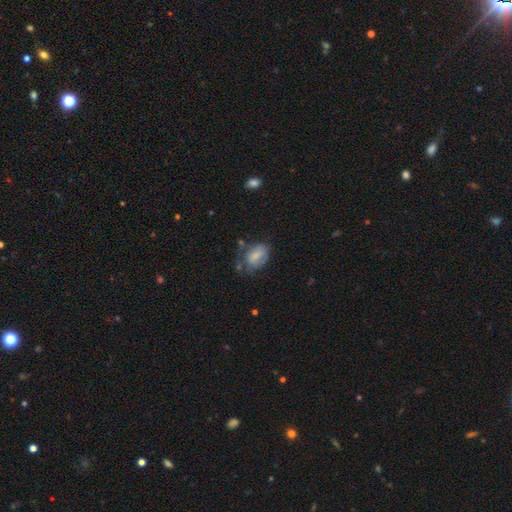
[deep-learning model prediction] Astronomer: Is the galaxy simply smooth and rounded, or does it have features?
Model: smooth — 67%.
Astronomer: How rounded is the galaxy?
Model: in between — 81%.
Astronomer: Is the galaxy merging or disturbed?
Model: none — 40% (runner-up: minor disturbance, 32%).